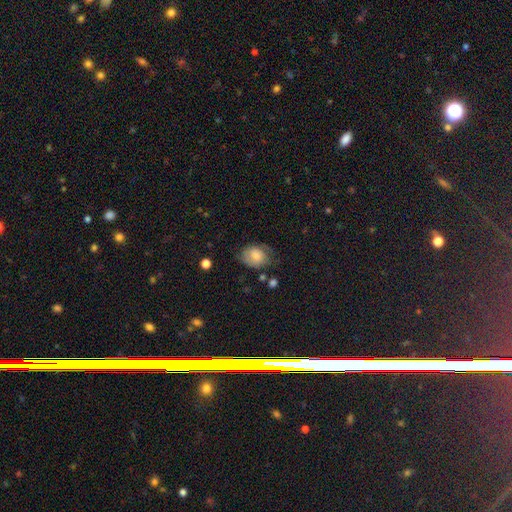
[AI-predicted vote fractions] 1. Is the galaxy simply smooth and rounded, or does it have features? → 57% smooth, 35% featured or disk, 9% star or artifact.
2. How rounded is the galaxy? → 57% in between, 41% round, 1% cigar-shaped.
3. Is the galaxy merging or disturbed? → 55% none, 28% minor disturbance, 15% major disturbance, 2% merger.